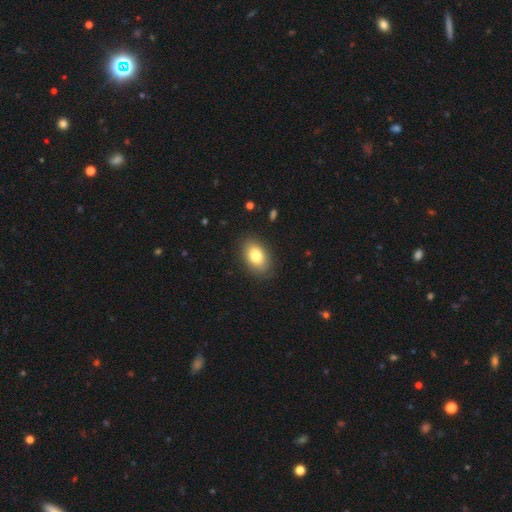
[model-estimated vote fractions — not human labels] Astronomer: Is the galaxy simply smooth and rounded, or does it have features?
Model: smooth — 79%.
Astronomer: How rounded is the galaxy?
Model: in between — 87%.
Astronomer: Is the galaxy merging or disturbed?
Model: none — 86%.